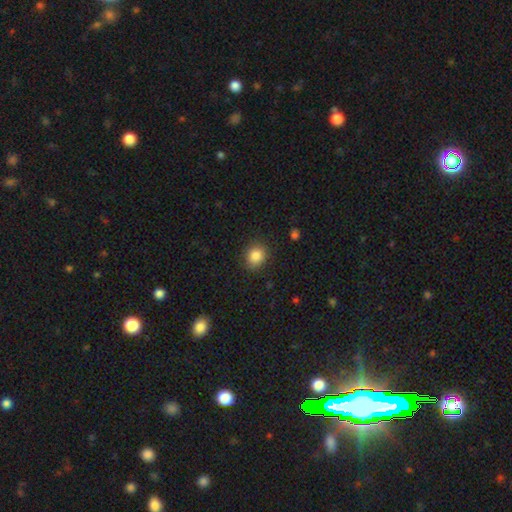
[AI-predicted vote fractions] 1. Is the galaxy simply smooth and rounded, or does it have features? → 86% smooth, 10% star or artifact, 5% featured or disk.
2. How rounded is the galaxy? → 71% round, 28% in between, 1% cigar-shaped.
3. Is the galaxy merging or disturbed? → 87% none, 9% minor disturbance, 3% major disturbance, 1% merger.